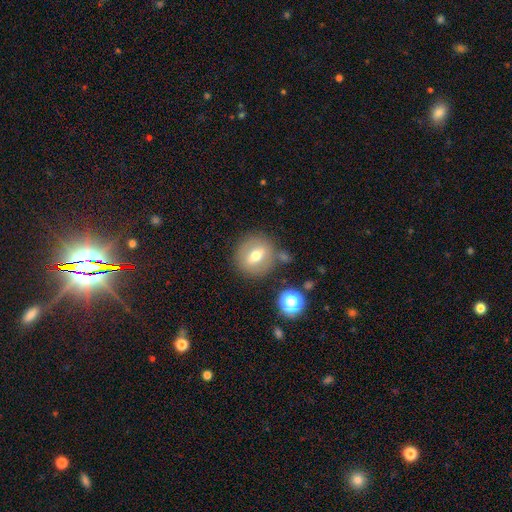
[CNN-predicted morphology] smooth_or_featured: smooth (p=0.56) [alt: featured or disk p=0.34]
how_rounded: round (p=0.82) [alt: in between p=0.16]
merging: none (p=0.76) [alt: minor disturbance p=0.12]